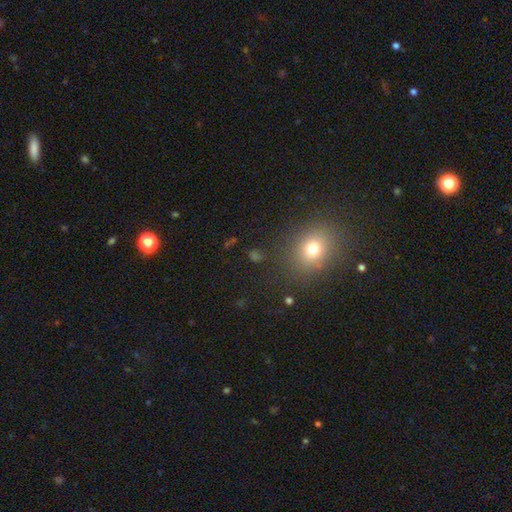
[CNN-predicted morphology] This is possibly a smooth galaxy (57%). How rounded: likely round (65%). Merging: clearly none (83%).